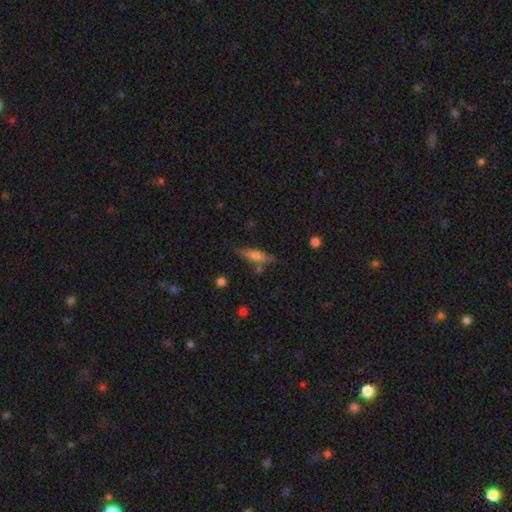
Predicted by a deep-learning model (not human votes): Morphology: type=smooth (59%); roundness=cigar-shaped (71%); merging=none (72%).